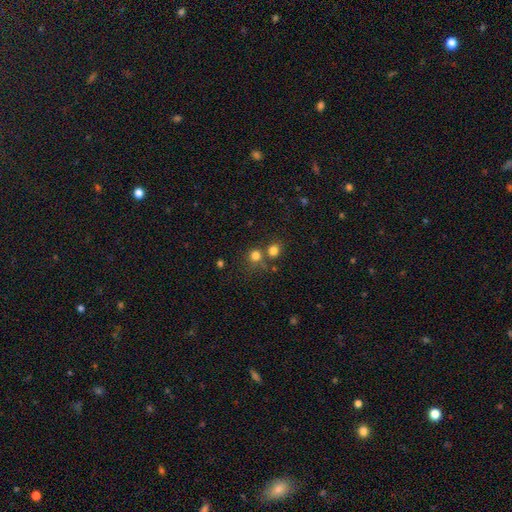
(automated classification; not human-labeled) smooth 77%, star or artifact 16%, featured or disk 7%. Down the decision tree: how rounded — round (86%); merging — none (59%).